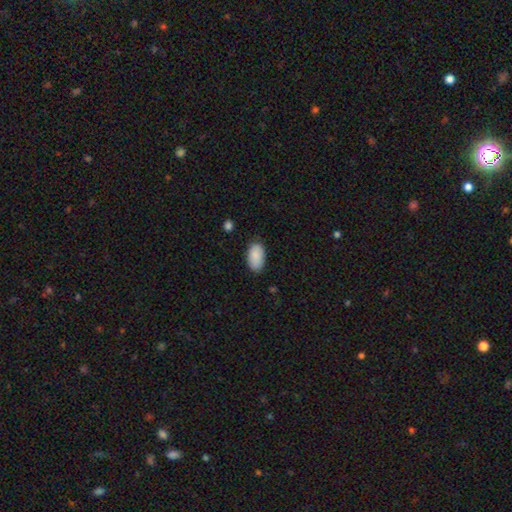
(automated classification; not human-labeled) smooth 89%, star or artifact 6%, featured or disk 5%. Down the decision tree: how rounded — in between (95%); merging — none (82%).